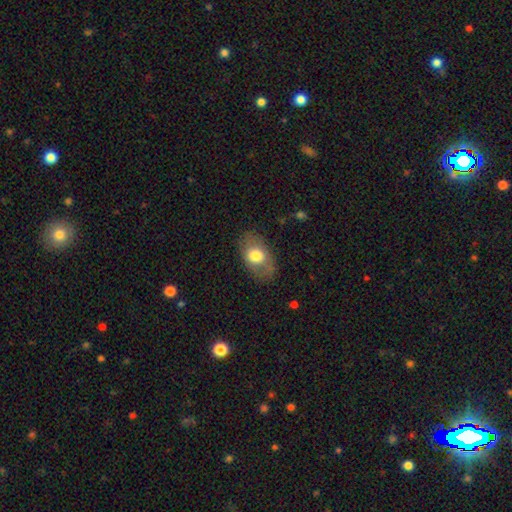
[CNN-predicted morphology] A smooth galaxy with no disk features (69%) that is in between round and cigar-shaped (86%). Merging: none (76%).